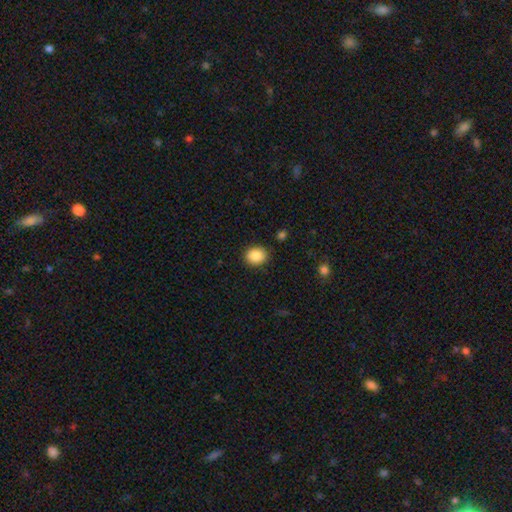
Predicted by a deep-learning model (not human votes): Smooth or featured?
  - smooth: 88% *
  - star or artifact: 8%
  - featured or disk: 4%
How rounded?
  - round: 60% *
  - in between: 39%
  - cigar-shaped: 1%
Merging?
  - none: 88% *
  - minor disturbance: 8%
  - major disturbance: 2%
  - merger: 1%